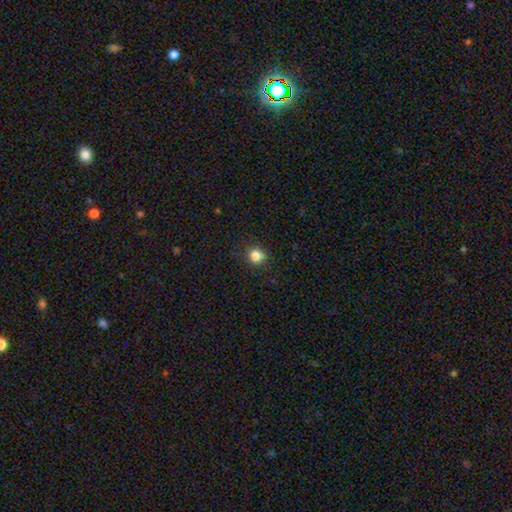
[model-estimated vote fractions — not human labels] Q: Smooth or featured?
A: smooth (83%); runner-up: star or artifact (12%)
Q: How rounded?
A: round (88%); runner-up: in between (11%)
Q: Merging?
A: none (88%); runner-up: minor disturbance (9%)